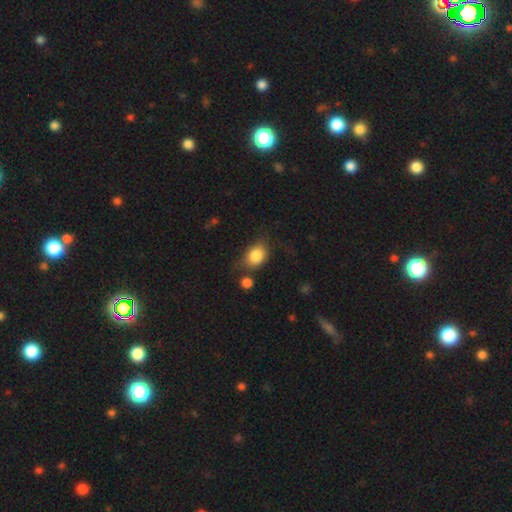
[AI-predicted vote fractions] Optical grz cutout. It shows a smooth galaxy with no disk features (82%) that is in between round and cigar-shaped (57%). Merging: none (56%).